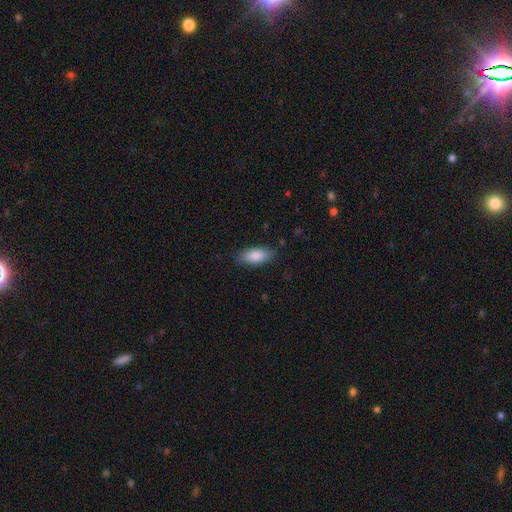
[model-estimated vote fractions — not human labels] smooth_or_featured: smooth (p=0.85) [alt: featured or disk p=0.09]
how_rounded: in between (p=0.85) [alt: cigar-shaped p=0.13]
merging: none (p=0.83) [alt: minor disturbance p=0.13]